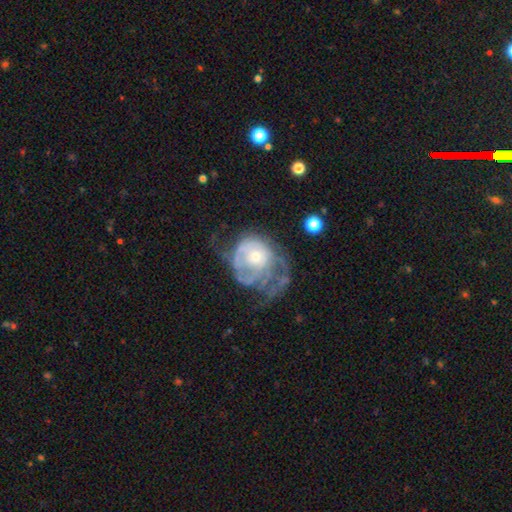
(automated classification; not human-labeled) Q: Smooth or featured?
A: featured or disk (72%); runner-up: smooth (20%)
Q: Edge-on disk?
A: no (97%); runner-up: yes (3%)
Q: Bar?
A: no (82%); runner-up: weak (15%)
Q: Spiral arms?
A: yes (65%); runner-up: no (35%)
Q: Bulge size?
A: moderate (49%); runner-up: small (43%)
Q: Merging?
A: major disturbance (42%); runner-up: none (32%)